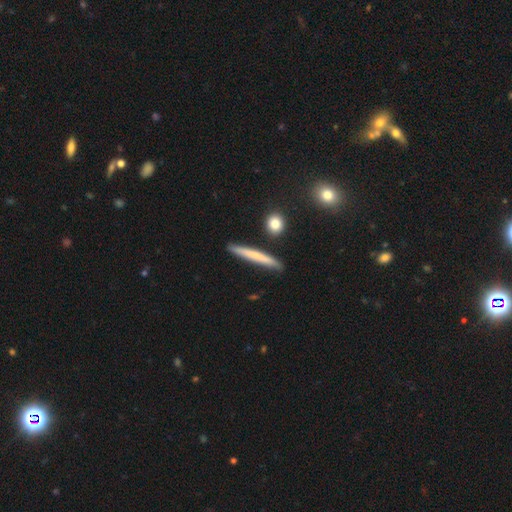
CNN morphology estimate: Overall: smooth (65%; featured or disk 29%). How rounded: cigar-shaped (95%). Merging: none (87%).